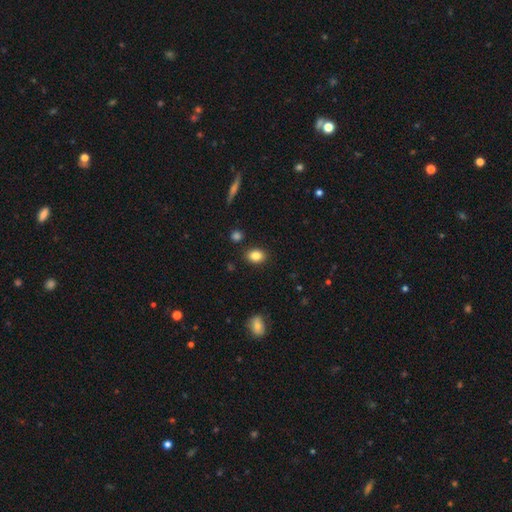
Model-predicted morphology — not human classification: Smooth or featured? smooth (84%)
How rounded? in between (65%)
Merging? none (87%)